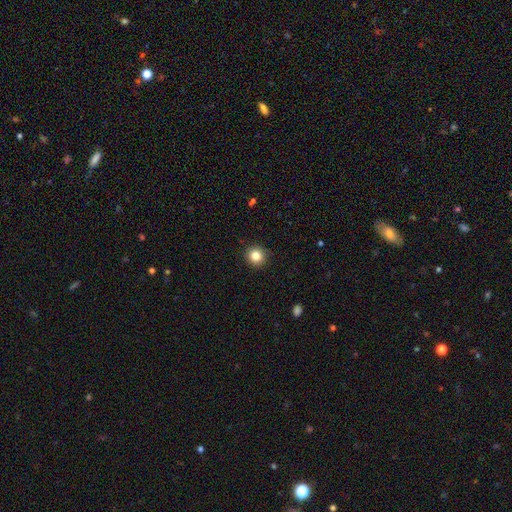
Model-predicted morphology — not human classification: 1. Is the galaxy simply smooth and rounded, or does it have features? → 84% smooth, 11% star or artifact, 5% featured or disk.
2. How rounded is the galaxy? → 92% round, 7% in between, 1% cigar-shaped.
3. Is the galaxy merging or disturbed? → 92% none, 6% minor disturbance, 2% major disturbance, 1% merger.